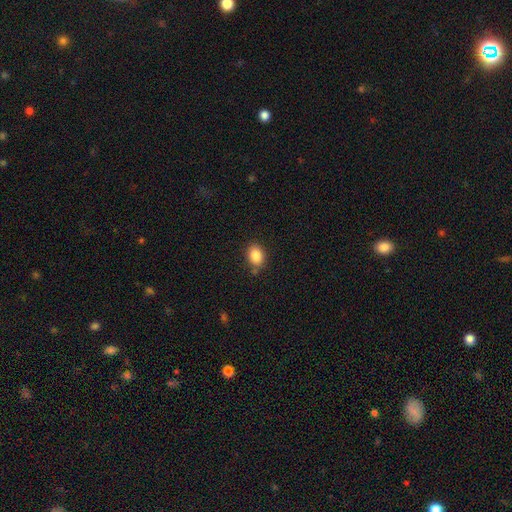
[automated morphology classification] This appears to be a smooth galaxy with no disk features (86%) that is in between round and cigar-shaped (68%). Merging: none (80%).